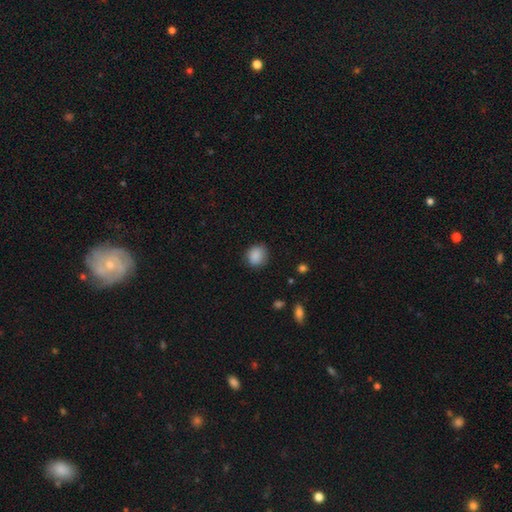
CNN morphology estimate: A smooth galaxy with no disk features (88%) that is round (74%). Merging: none (82%).